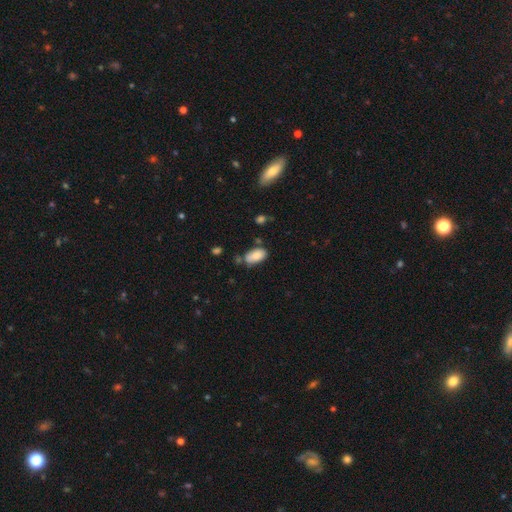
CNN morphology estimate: type=smooth (84%); roundness=in between (94%); merging=none (63%).